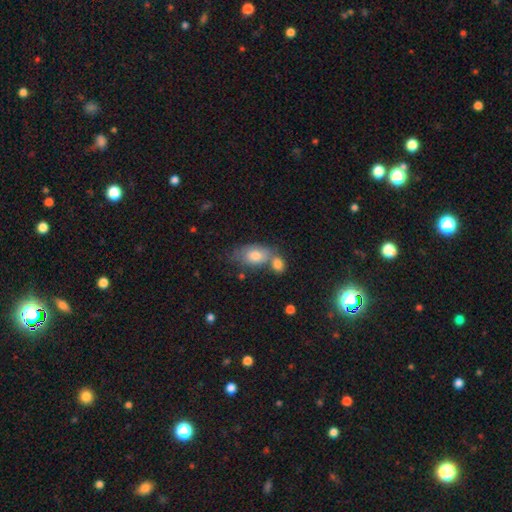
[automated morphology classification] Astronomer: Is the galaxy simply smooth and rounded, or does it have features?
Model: smooth — 73%.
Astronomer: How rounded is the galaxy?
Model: in between — 88%.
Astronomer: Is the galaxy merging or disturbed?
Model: merger — 41% (runner-up: none, 37%).